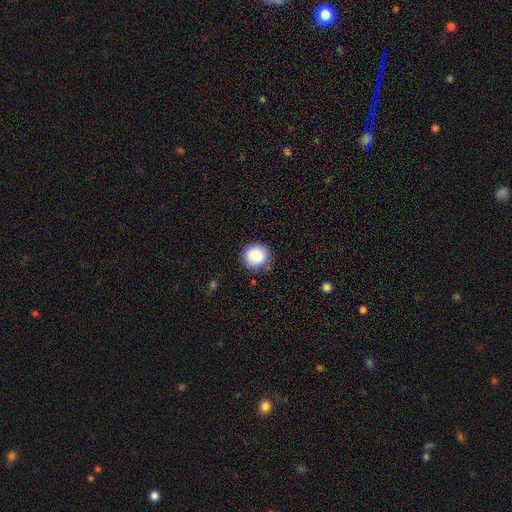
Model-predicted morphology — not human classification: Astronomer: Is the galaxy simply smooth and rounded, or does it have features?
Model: smooth — 88%.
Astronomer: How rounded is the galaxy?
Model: round — 93%.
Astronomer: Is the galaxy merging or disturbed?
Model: none — 86%.